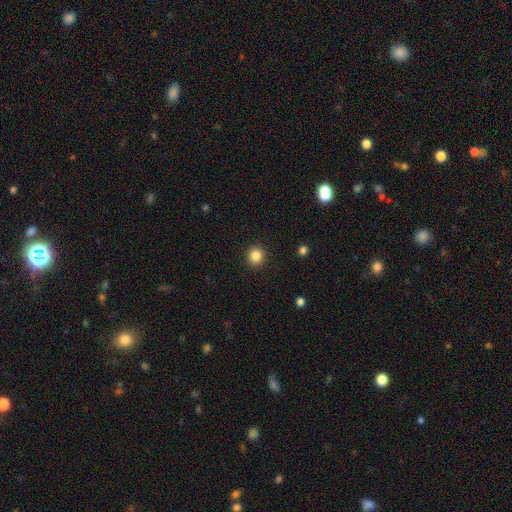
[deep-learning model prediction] This is clearly a smooth galaxy (85%). How rounded: clearly round (91%). Merging: clearly none (92%).